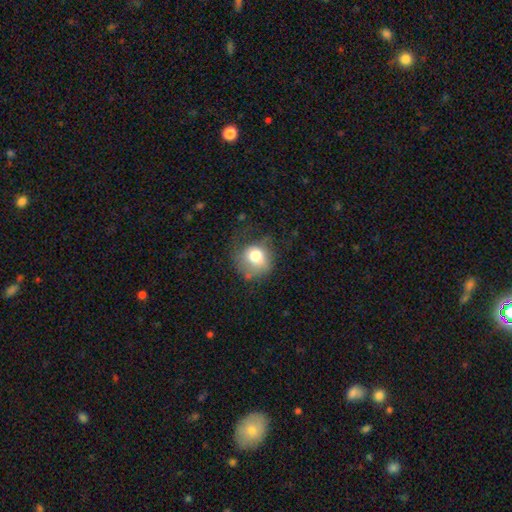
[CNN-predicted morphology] Smooth or featured: smooth — 73% (featured or disk — 18%)
How rounded: round — 80% (in between — 19%)
Merging: none — 46% (minor disturbance — 28%)